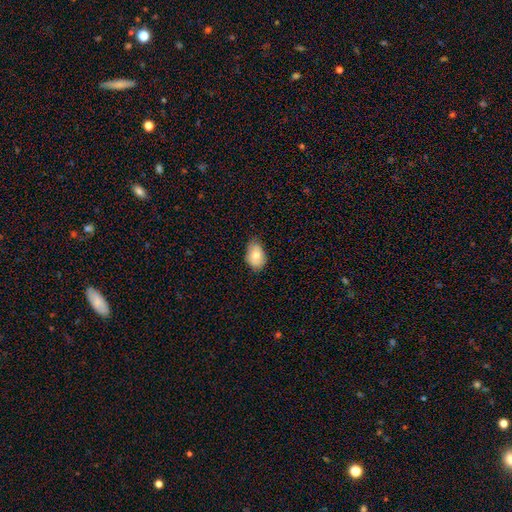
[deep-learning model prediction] A smooth galaxy with no disk features (78%) that is in between round and cigar-shaped (84%). Merging: none (71%).